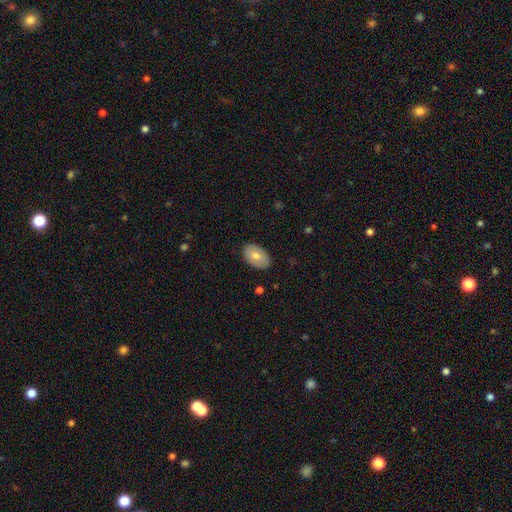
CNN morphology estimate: Q: Smooth or featured?
A: smooth (68%); runner-up: featured or disk (26%)
Q: How rounded?
A: in between (91%); runner-up: round (8%)
Q: Merging?
A: none (86%); runner-up: minor disturbance (11%)